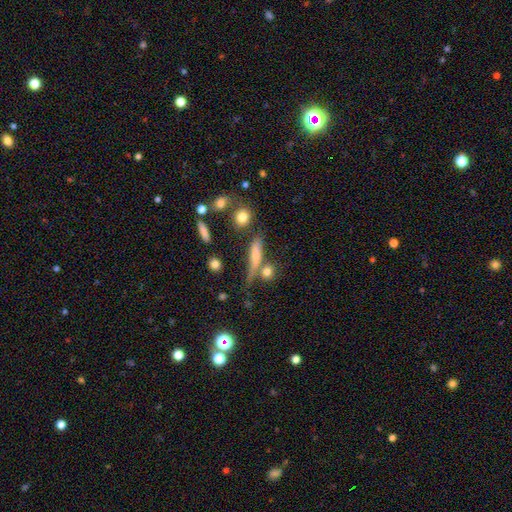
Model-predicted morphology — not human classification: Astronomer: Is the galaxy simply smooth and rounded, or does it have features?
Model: smooth — 65%.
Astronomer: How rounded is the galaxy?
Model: cigar-shaped — 70%.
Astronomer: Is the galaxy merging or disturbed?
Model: none — 54%.